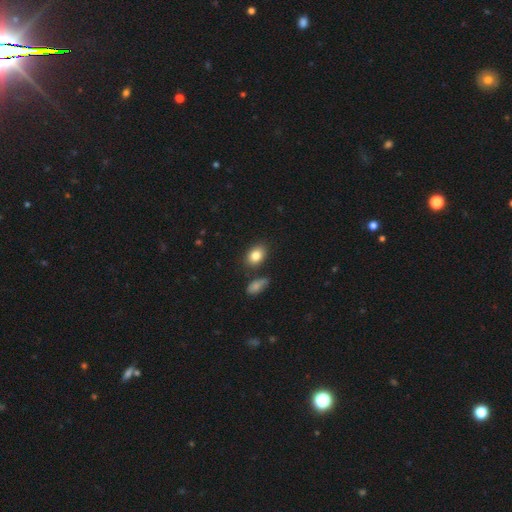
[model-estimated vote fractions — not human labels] smooth-or-featured: smooth: 83% | featured or disk: 9% | star or artifact: 8%
  how-rounded: in between: 77% | round: 21% | cigar-shaped: 1%
  merging: none: 78% | minor disturbance: 11% | merger: 7% | major disturbance: 3%